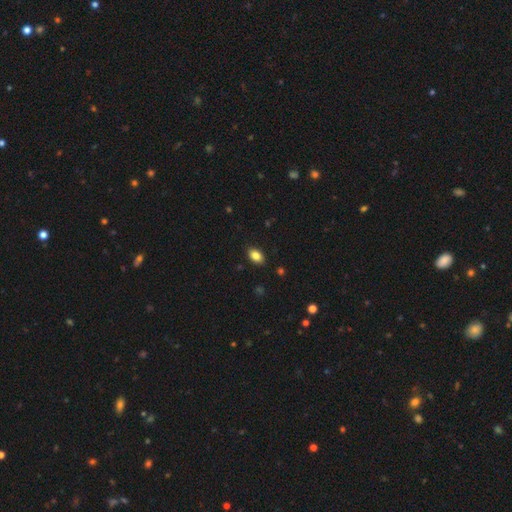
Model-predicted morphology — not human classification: Overall: smooth (84%). How rounded: in between (88%). Merging: none (87%).